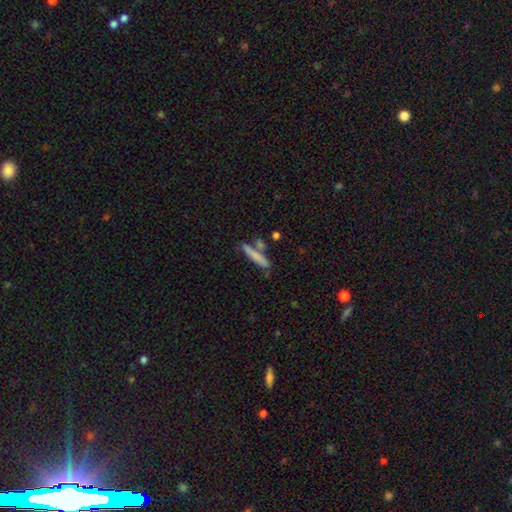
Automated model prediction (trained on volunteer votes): smooth 75%, featured or disk 19%, star or artifact 6%. Down the decision tree: how rounded — cigar-shaped (91%); merging — none (72%).